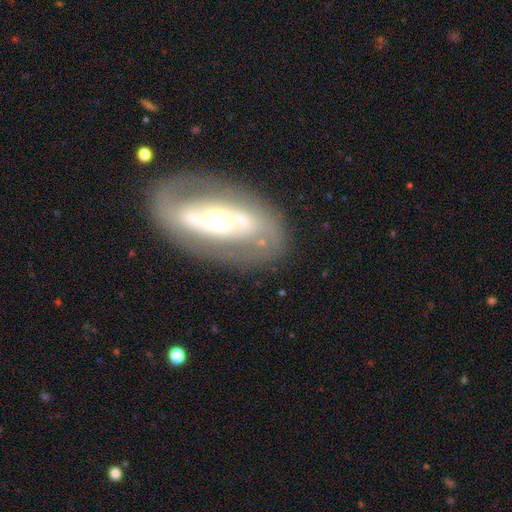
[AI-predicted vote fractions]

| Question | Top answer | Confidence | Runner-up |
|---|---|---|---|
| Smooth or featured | featured or disk | 76% | smooth (18%) |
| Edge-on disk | no | 91% | yes (9%) |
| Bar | strong | 38% | no (37%) |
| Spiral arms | yes | 62% | no (38%) |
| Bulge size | moderate | 55% | small (31%) |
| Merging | none | 78% | minor disturbance (13%) |